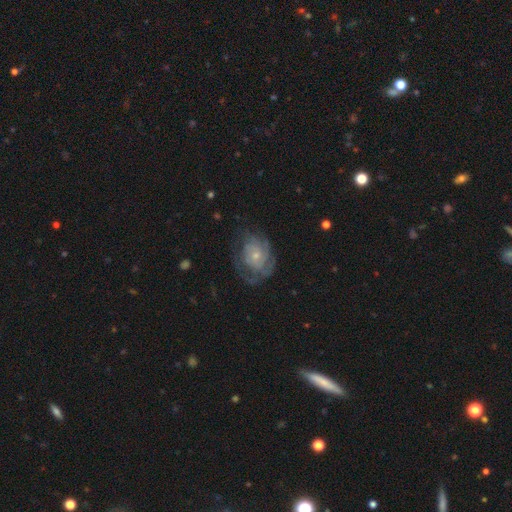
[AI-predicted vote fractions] smooth_or_featured: featured or disk (p=0.69) [alt: smooth p=0.24]
disk_edge_on: no (p=0.97) [alt: yes p=0.03]
bar: no (p=0.81) [alt: weak p=0.17]
has_spiral_arms: yes (p=0.81) [alt: no p=0.19]
spiral_winding: tight (p=0.55) [alt: medium p=0.32]
spiral_arm_count: can't tell (p=0.50) [alt: 2 p=0.16]
bulge_size: small (p=0.66) [alt: moderate p=0.28]
merging: none (p=0.57) [alt: minor disturbance p=0.23]